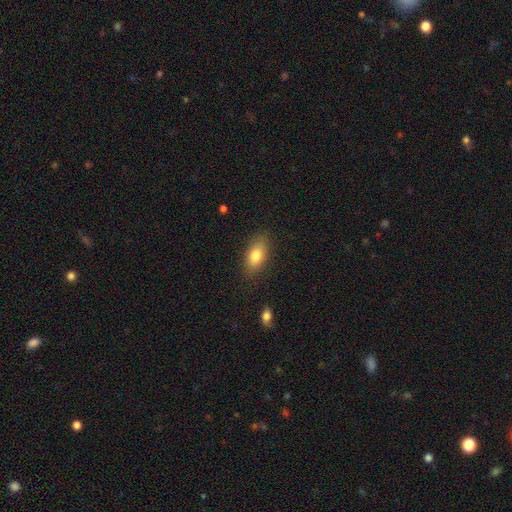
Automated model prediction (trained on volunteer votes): The model was most divided on "smooth or featured": smooth: 81%, featured or disk: 12%, star or artifact: 8%. More confident: how rounded — in between (87%); merging — none (84%).